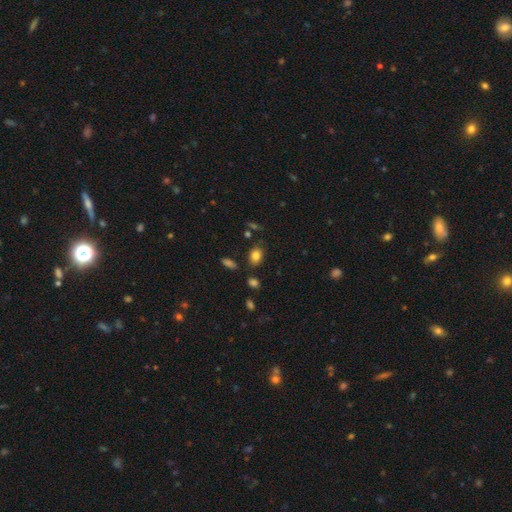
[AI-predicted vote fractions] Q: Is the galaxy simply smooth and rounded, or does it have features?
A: smooth — 82%.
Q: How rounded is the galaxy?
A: in between — 80%.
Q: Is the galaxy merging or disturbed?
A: none — 80%.